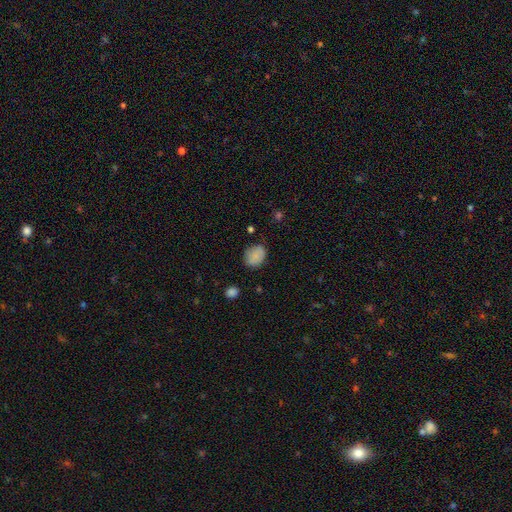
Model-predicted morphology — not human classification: smooth 84%, star or artifact 8%, featured or disk 8%. Down the decision tree: how rounded — in between (62%); merging — none (76%).